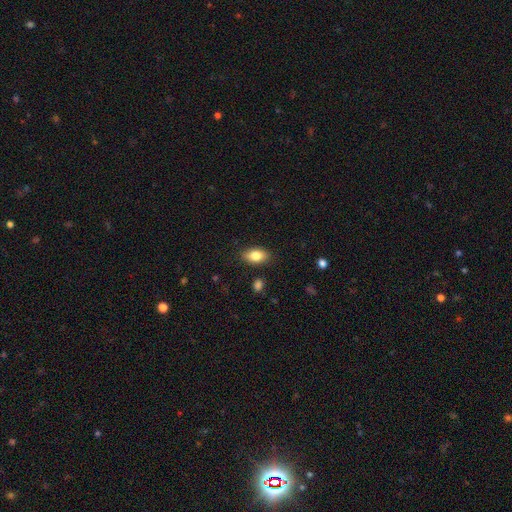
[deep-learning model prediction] This is clearly a smooth galaxy (82%). How rounded: clearly in between (89%). Merging: clearly none (87%).